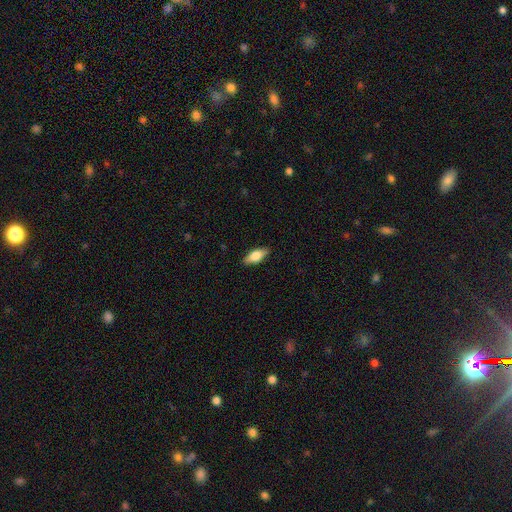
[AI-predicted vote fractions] Smooth or featured? Predicted: smooth (p=0.69). How rounded? Predicted: in between (p=0.79). Merging? Predicted: none (p=0.87).